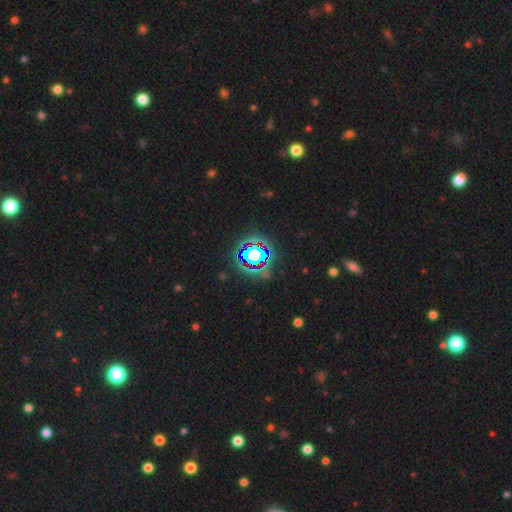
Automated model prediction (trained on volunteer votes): The model was most divided on "smooth or featured": star or artifact: 75%, smooth: 16%, featured or disk: 9%.